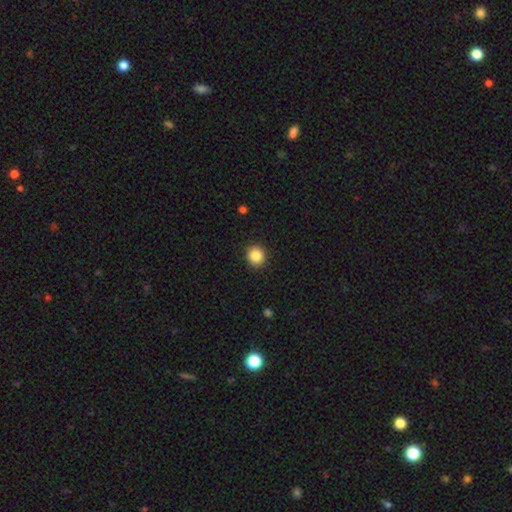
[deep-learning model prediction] smooth 86%, star or artifact 10%, featured or disk 5%. Down the decision tree: how rounded — round (87%); merging — none (91%).